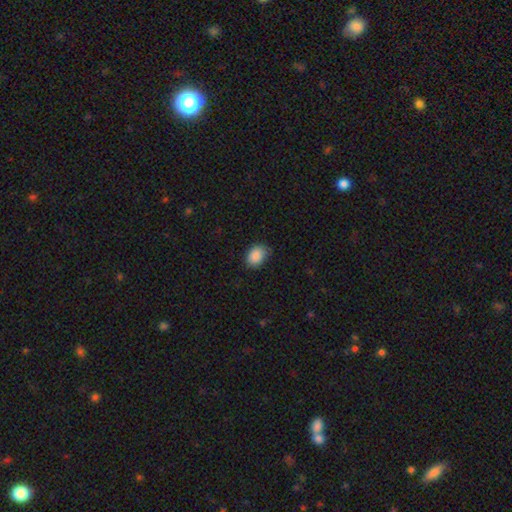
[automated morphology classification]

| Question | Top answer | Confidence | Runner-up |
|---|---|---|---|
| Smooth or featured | smooth | 89% | star or artifact (8%) |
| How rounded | in between | 75% | round (24%) |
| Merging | none | 77% | minor disturbance (19%) |